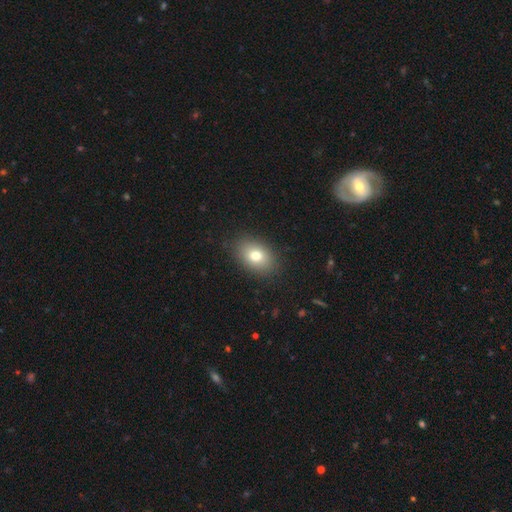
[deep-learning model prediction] Smooth or featured?
  - smooth: 77% *
  - featured or disk: 13%
  - star or artifact: 10%
How rounded?
  - in between: 79% *
  - round: 19%
  - cigar-shaped: 1%
Merging?
  - none: 87% *
  - minor disturbance: 9%
  - major disturbance: 3%
  - merger: 1%